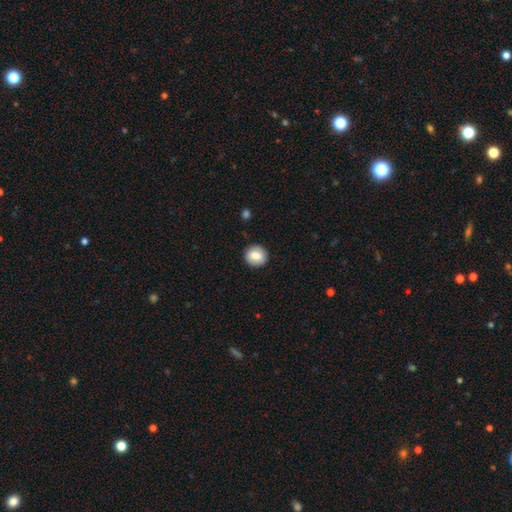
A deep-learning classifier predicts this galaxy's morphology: Q: Smooth or featured?
A: smooth (80%); runner-up: featured or disk (12%)
Q: How rounded?
A: round (86%); runner-up: in between (14%)
Q: Merging?
A: none (90%); runner-up: minor disturbance (7%)